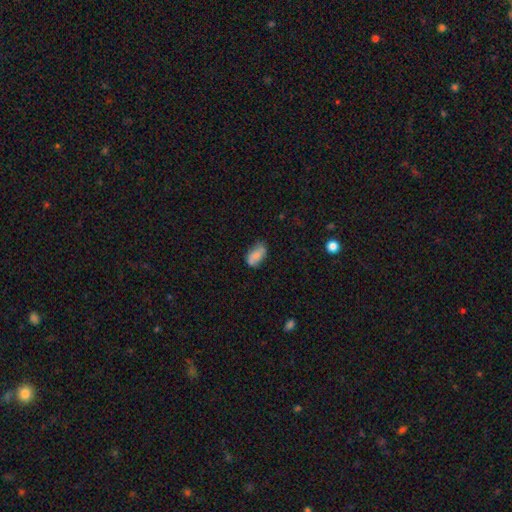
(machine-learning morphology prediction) Smooth or featured? smooth (77%)
How rounded? in between (92%)
Merging? none (64%)